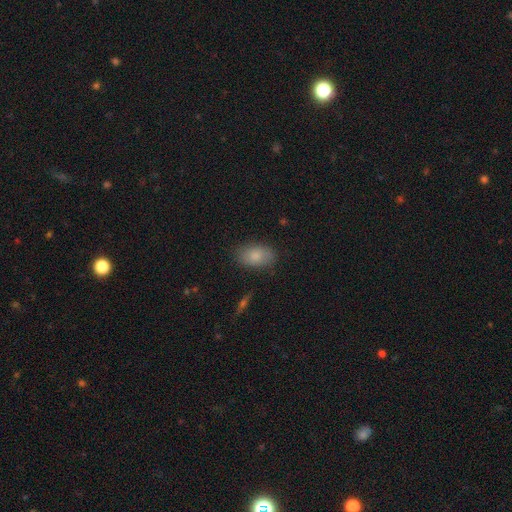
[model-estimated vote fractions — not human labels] smooth 83%, featured or disk 10%, star or artifact 7%. Down the decision tree: how rounded — in between (90%); merging — none (82%).